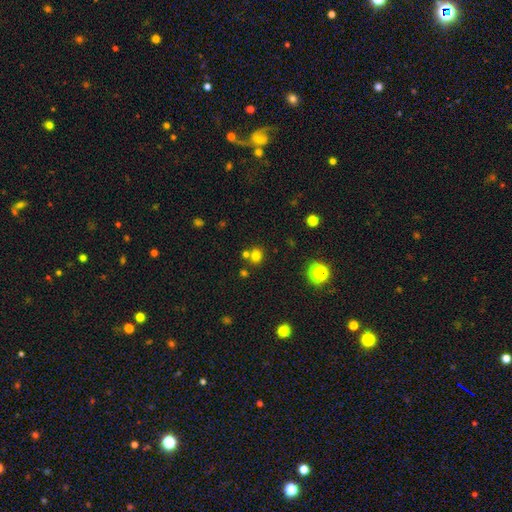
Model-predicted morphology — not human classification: Q: Smooth or featured?
A: smooth (74%); runner-up: star or artifact (19%)
Q: How rounded?
A: round (72%); runner-up: in between (27%)
Q: Merging?
A: none (67%); runner-up: merger (22%)